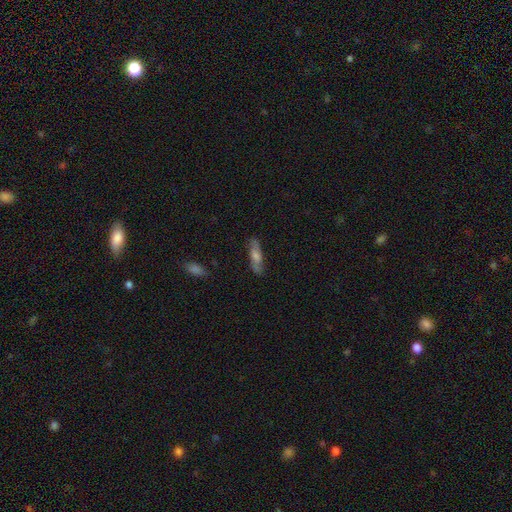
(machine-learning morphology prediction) Smooth or featured?
  - smooth: 47% *
  - featured or disk: 45%
  - star or artifact: 8%
Merging?
  - none: 81% *
  - minor disturbance: 14%
  - major disturbance: 4%
  - merger: 2%